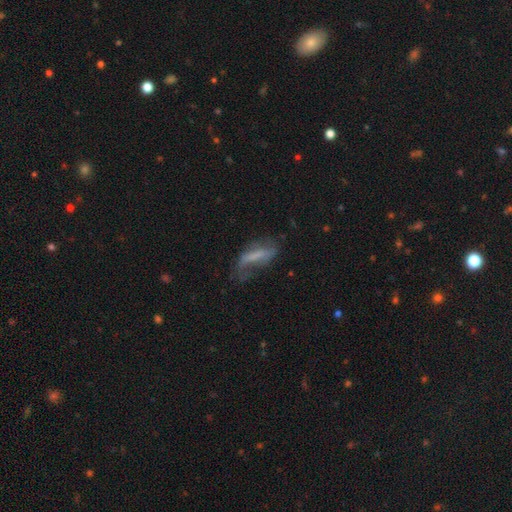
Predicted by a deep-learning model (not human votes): Smooth or featured?
  - featured or disk: 47% *
  - smooth: 42%
  - star or artifact: 11%
Merging?
  - none: 38% *
  - major disturbance: 30%
  - minor disturbance: 28%
  - merger: 3%